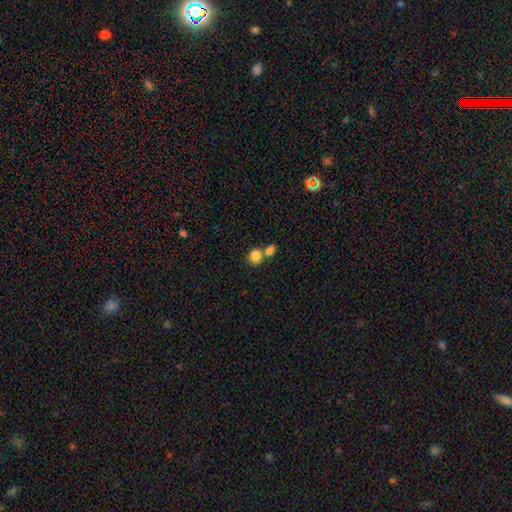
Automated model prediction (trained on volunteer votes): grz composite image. It shows a smooth galaxy with no disk features (84%) that is round (70%). Merging: merger (45%).